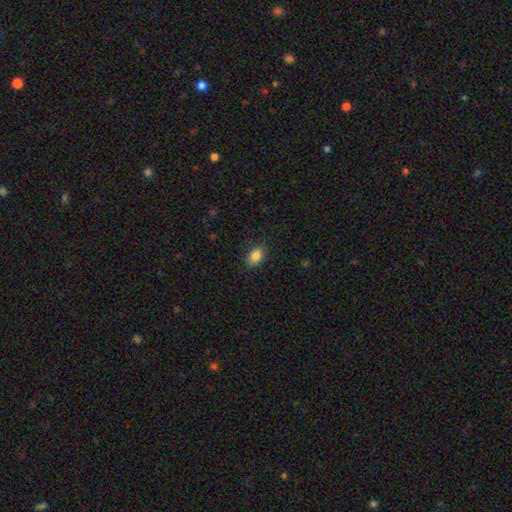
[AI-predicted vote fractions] A smooth galaxy with no disk features (86%) that is in between round and cigar-shaped (81%).

Vote fractions:
- Smooth or featured? smooth: 86% / star or artifact: 9% / featured or disk: 5%
- How rounded? in between: 81% / round: 17% / cigar-shaped: 1%
- Merging? none: 84% / minor disturbance: 12% / major disturbance: 3% / merger: 1%